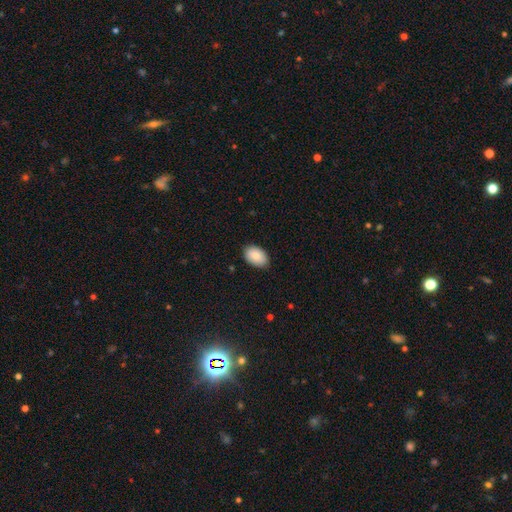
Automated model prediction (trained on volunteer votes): The model was most divided on "merging": none: 84%, minor disturbance: 13%, major disturbance: 2%, merger: 1%. More confident: how rounded — in between (90%); smooth or featured — smooth (87%).